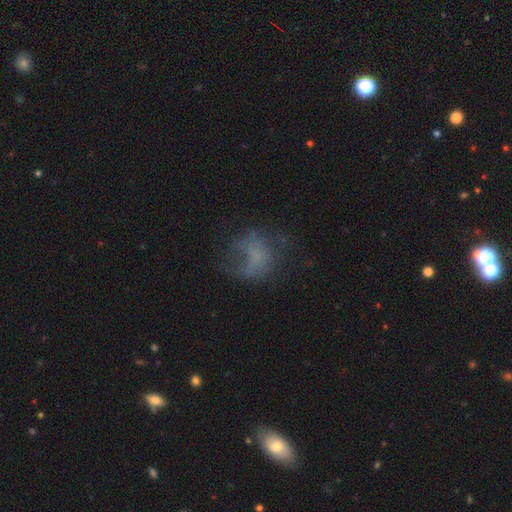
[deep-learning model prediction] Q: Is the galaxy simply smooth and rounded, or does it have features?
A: featured or disk — 40%, tied with smooth.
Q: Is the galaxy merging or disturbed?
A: none — 42%.